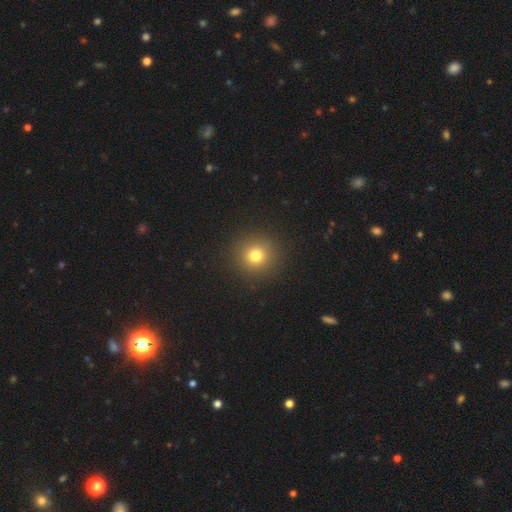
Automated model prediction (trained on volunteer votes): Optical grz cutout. It shows a smooth galaxy with no disk features (76%) that is round (94%). Merging: none (92%).